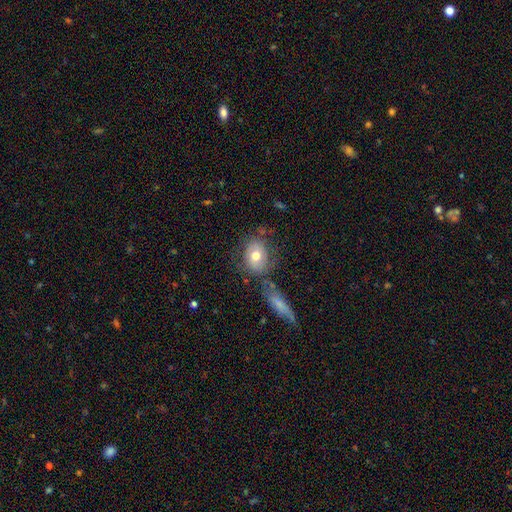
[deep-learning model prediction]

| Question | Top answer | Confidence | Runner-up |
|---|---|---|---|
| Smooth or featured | smooth | 66% | featured or disk (26%) |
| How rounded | in between | 55% | round (43%) |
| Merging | none | 61% | minor disturbance (18%) |